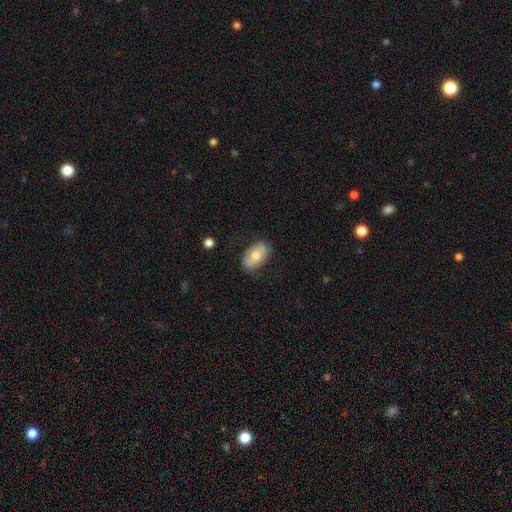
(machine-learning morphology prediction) Smooth or featured? Predicted: smooth (p=0.64). How rounded? Predicted: in between (p=0.92). Merging? Predicted: none (p=0.79).